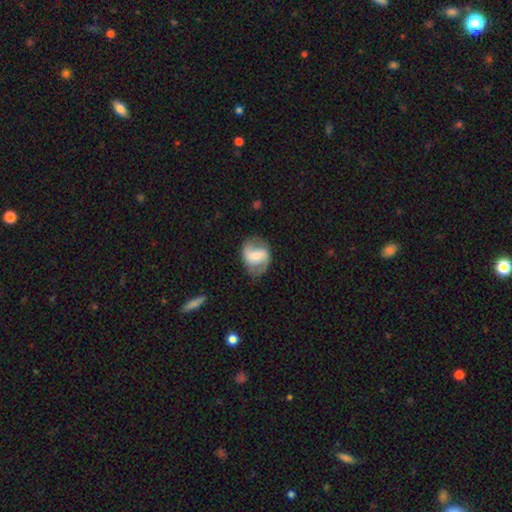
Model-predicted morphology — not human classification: featured or disk 65%, smooth 29%, star or artifact 6%. Down the decision tree: edge-on disk — no (97%); bar — weak (39%); spiral arms — yes (82%); spiral arm count — 2 (87%); spiral winding — loose (43%); bulge size — moderate (47%); merging — none (73%).